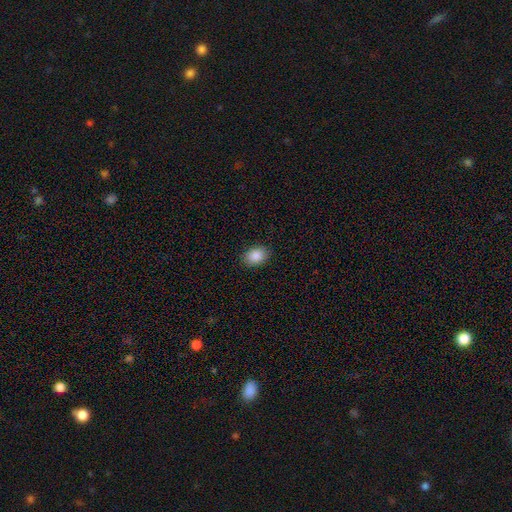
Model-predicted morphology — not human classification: smooth-or-featured: smooth: 89% | star or artifact: 7% | featured or disk: 4%
  how-rounded: in between: 75% | round: 24% | cigar-shaped: 1%
  merging: none: 88% | minor disturbance: 9% | major disturbance: 2% | merger: 1%